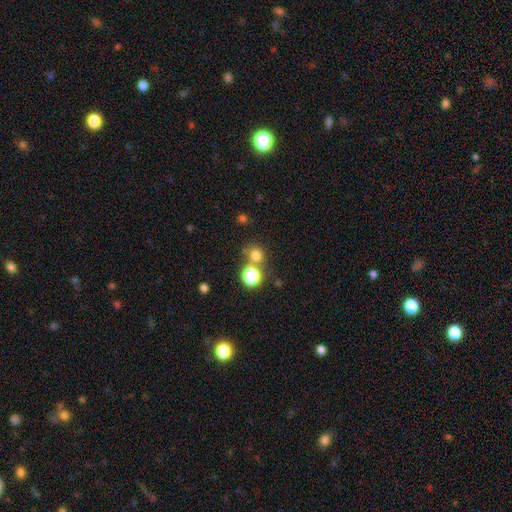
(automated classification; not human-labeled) Morphology: type=smooth (72%); roundness=round (83%); merging=none (65%).